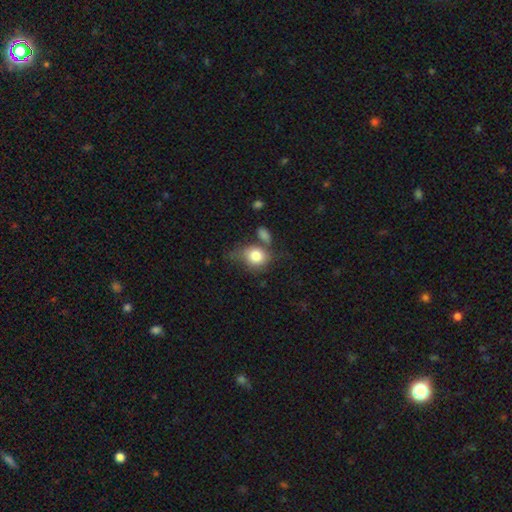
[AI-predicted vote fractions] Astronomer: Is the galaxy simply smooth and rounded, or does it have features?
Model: smooth — 79%.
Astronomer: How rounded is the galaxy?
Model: round — 54% (runner-up: in between, 44%).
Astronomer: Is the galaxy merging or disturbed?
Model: none — 36% (runner-up: minor disturbance, 26%).